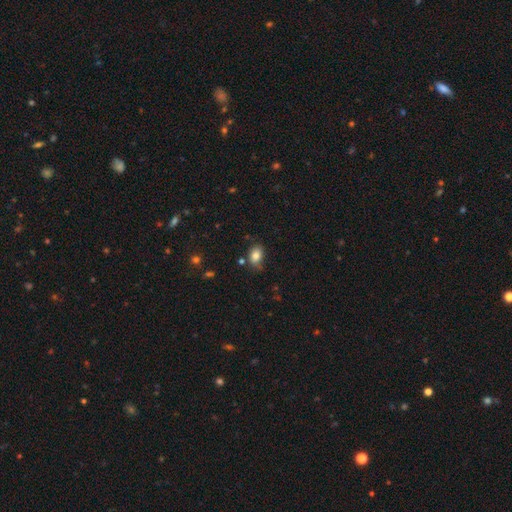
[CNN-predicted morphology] smooth 83%, star or artifact 9%, featured or disk 8%. Down the decision tree: how rounded — in between (78%); merging — none (65%).